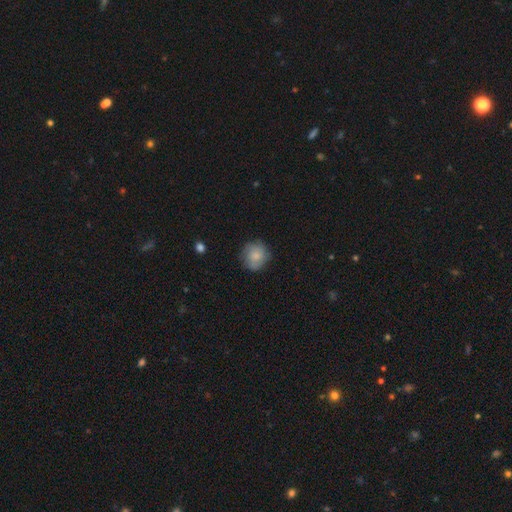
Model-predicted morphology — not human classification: This appears to be a smooth galaxy with no disk features (71%) that is round (87%). Merging: none (75%).